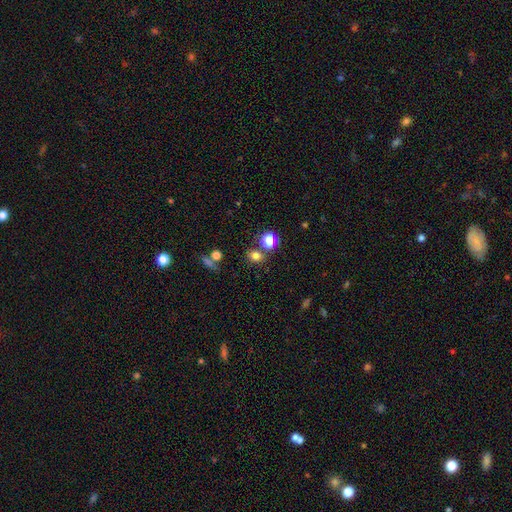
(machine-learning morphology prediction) Smooth or featured: smooth — 74% (star or artifact — 20%)
How rounded: round — 62% (in between — 37%)
Merging: none — 72% (merger — 14%)